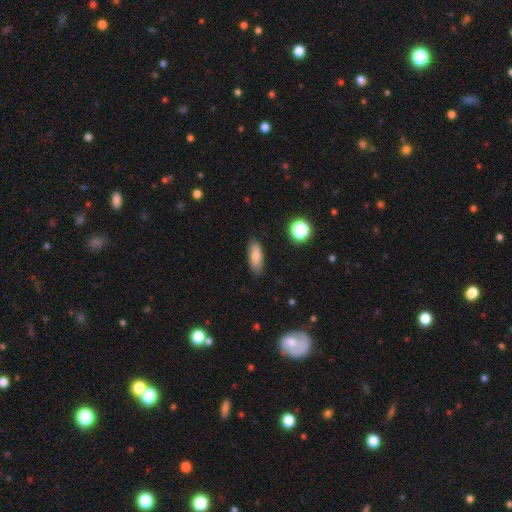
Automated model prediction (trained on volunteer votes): This is likely a smooth galaxy (79%). How rounded: likely in between (69%). Merging: clearly none (85%).